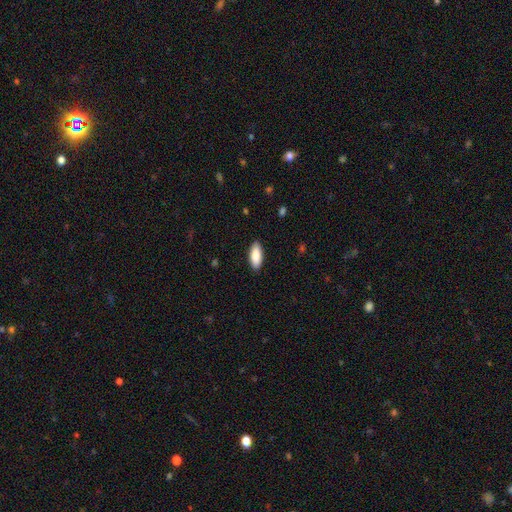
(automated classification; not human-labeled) Smooth or featured? smooth (88%)
How rounded? in between (80%)
Merging? none (89%)